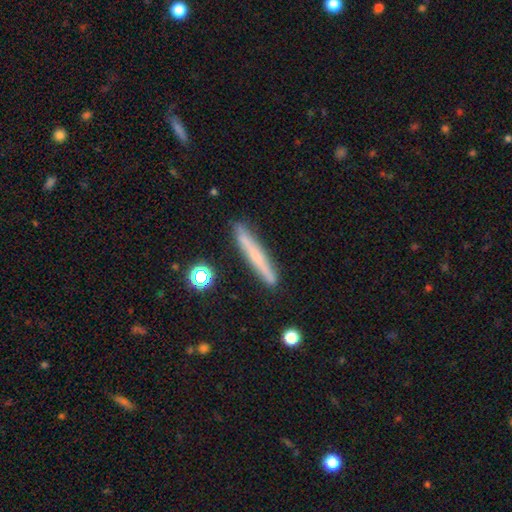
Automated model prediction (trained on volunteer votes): smooth_or_featured: smooth (p=0.59) [alt: featured or disk p=0.34]
how_rounded: cigar-shaped (p=0.96) [alt: in between p=0.03]
merging: none (p=0.86) [alt: minor disturbance p=0.10]